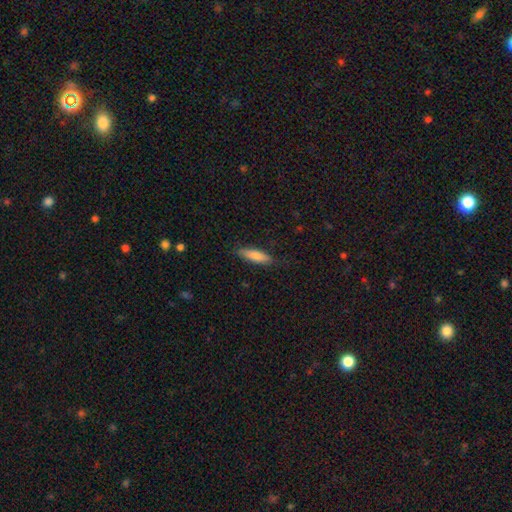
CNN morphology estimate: smooth-or-featured: smooth: 82% | featured or disk: 13% | star or artifact: 6%
  how-rounded: cigar-shaped: 59% | in between: 39% | round: 2%
  merging: none: 83% | minor disturbance: 13% | major disturbance: 3% | merger: 1%